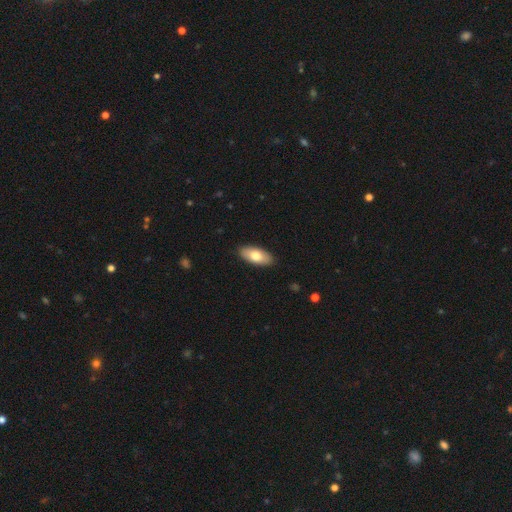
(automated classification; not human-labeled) Smooth or featured? smooth (74%)
How rounded? in between (89%)
Merging? none (89%)